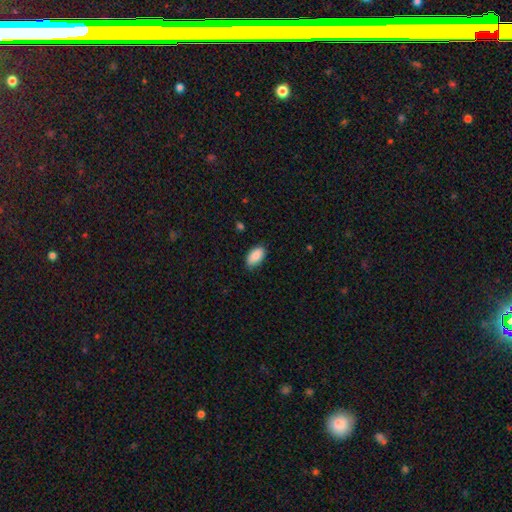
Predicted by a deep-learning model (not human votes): A smooth galaxy with no disk features (87%) that is in between round and cigar-shaped (94%). Merging: none (80%).